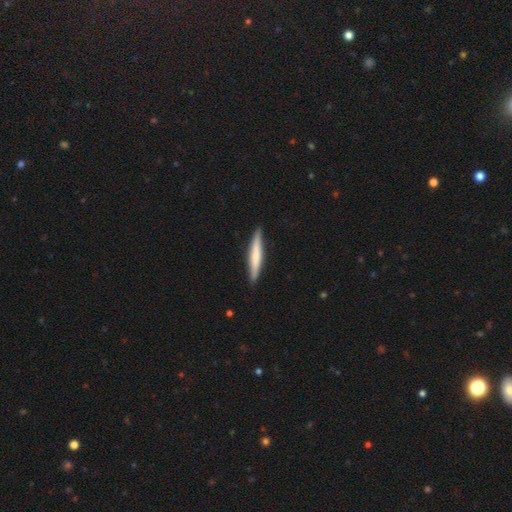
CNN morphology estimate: Smooth or featured? smooth (57%)
How rounded? cigar-shaped (93%)
Merging? none (89%)